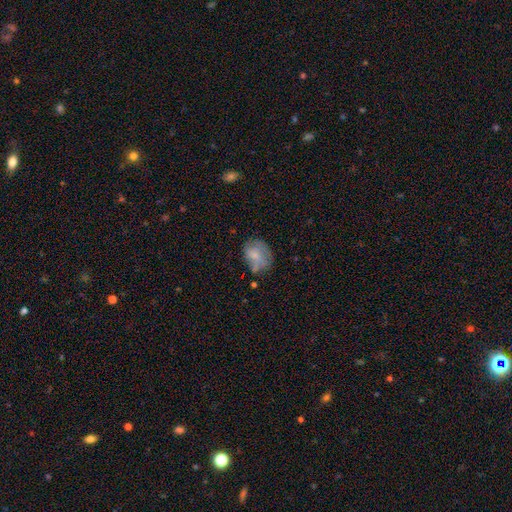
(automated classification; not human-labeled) This is likely a smooth galaxy (65%). How rounded: possibly in between (56%). Merging: possibly none (52%).